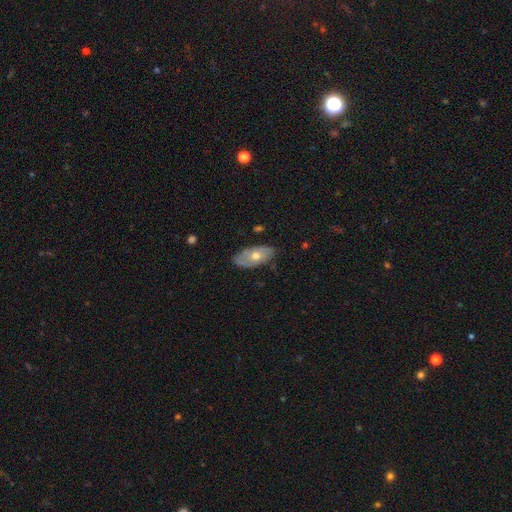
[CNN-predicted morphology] featured or disk 53%, smooth 40%, star or artifact 7%. Down the decision tree: edge-on disk — no (84%); merging — none (76%).